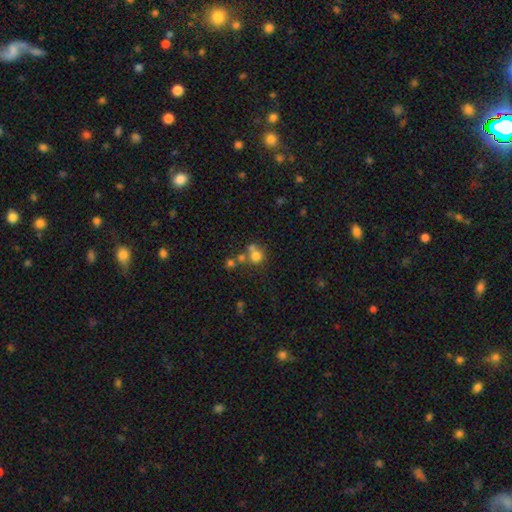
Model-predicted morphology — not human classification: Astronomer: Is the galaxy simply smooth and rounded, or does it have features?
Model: smooth — 71%.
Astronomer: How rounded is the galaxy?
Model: round — 87%.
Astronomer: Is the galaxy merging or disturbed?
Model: none — 49% (runner-up: merger, 39%).